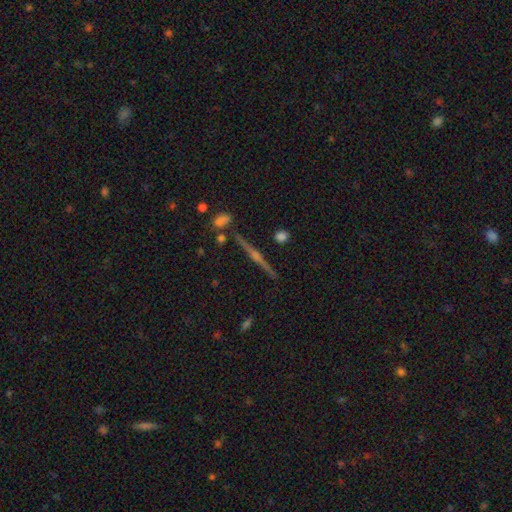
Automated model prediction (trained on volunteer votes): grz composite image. It shows a featured or disk galaxy (81%) viewed edge-on (98%) with a rounded central bulge (85%). Merging: none (89%).